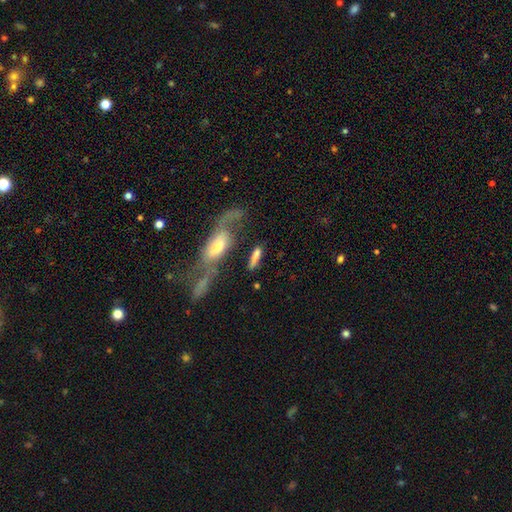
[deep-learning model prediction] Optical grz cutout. It shows a smooth galaxy with no disk features (65%) that is cigar-shaped (52%). Merging: none (43%).